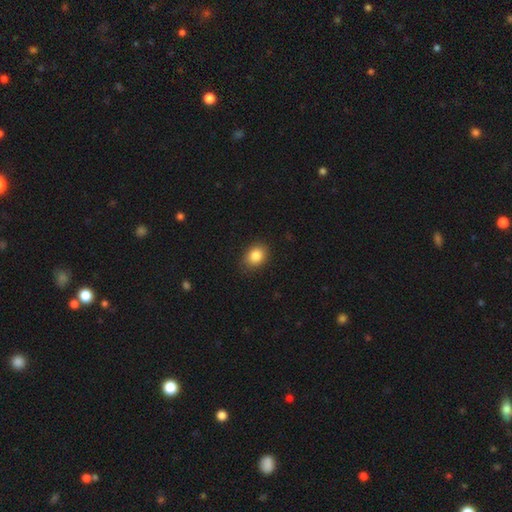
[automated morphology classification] A smooth galaxy with no disk features (85%) that is in between round and cigar-shaped (56%). Merging: none (84%).